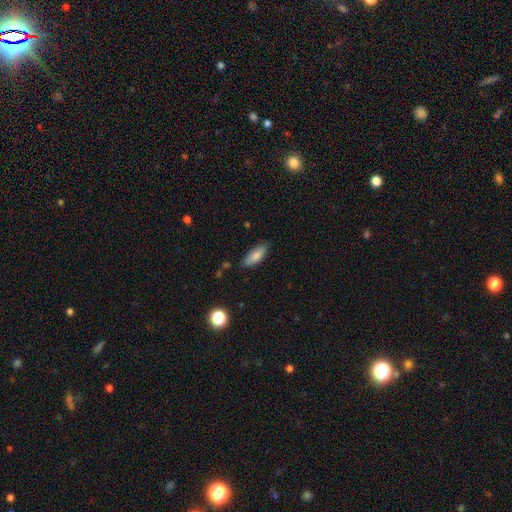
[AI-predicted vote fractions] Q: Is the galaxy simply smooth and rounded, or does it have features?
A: smooth — 82%.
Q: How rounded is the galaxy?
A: in between — 78%.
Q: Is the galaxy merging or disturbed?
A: none — 77%.